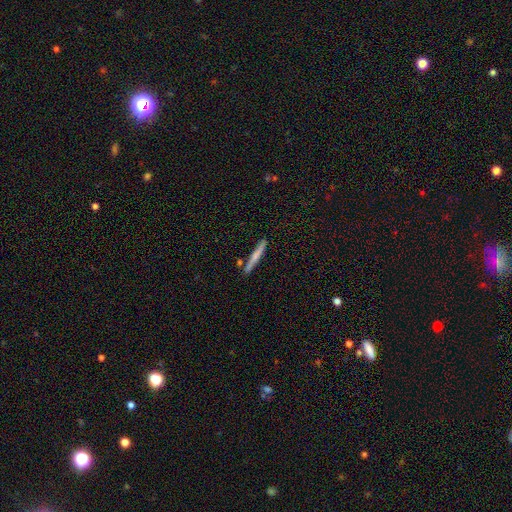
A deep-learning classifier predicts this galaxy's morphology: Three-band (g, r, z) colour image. It shows a smooth galaxy with no disk features (60%) that is cigar-shaped (96%). Merging: none (85%).